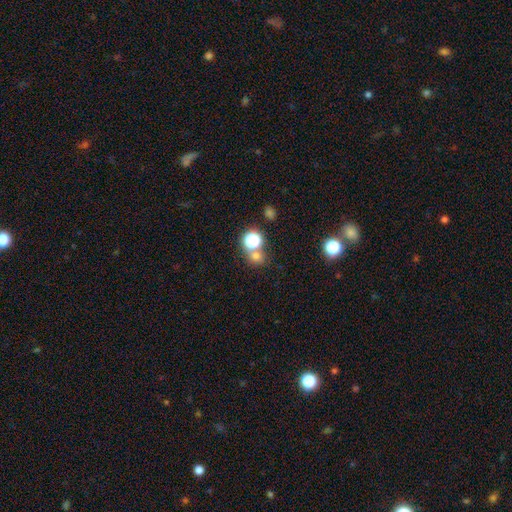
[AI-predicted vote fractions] Morphology: type=smooth (64%); roundness=round (80%); merging=none (62%).